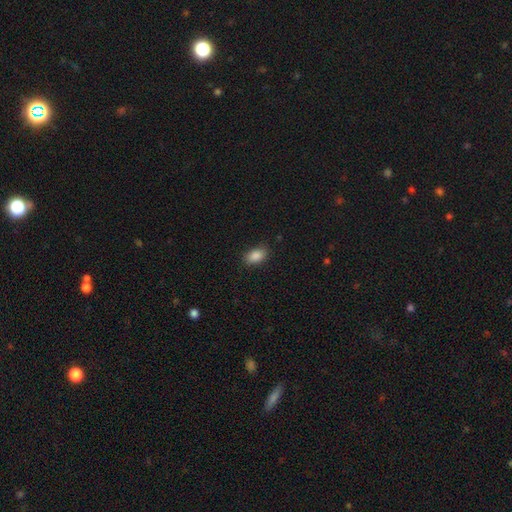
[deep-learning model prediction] smooth-or-featured: smooth: 88% | star or artifact: 8% | featured or disk: 4%
  how-rounded: in between: 89% | round: 8% | cigar-shaped: 2%
  merging: none: 85% | minor disturbance: 11% | major disturbance: 3% | merger: 1%